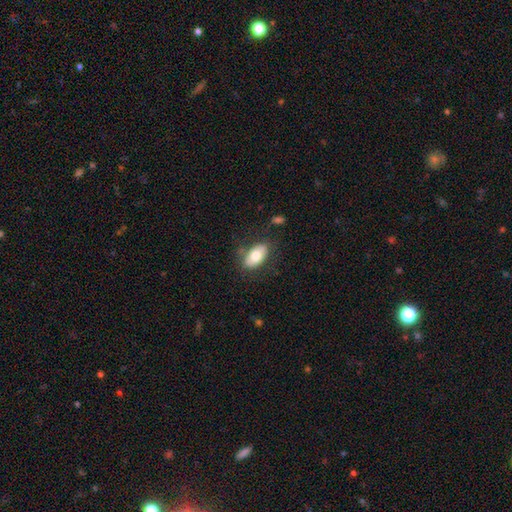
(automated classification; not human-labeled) This is likely a smooth galaxy (72%). How rounded: clearly in between (92%). Merging: likely none (75%).